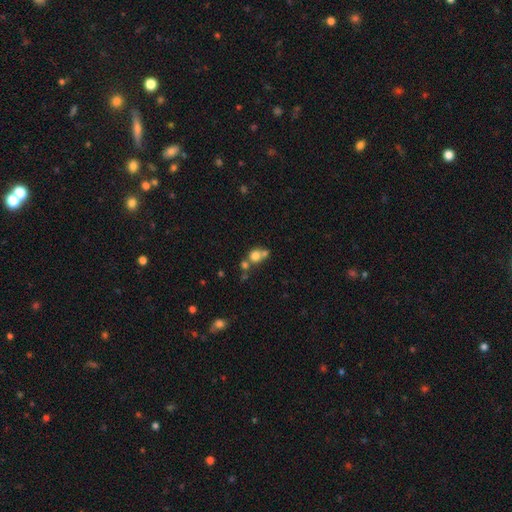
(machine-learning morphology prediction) type=smooth (73%); roundness=round (80%); merging=merger (47%).